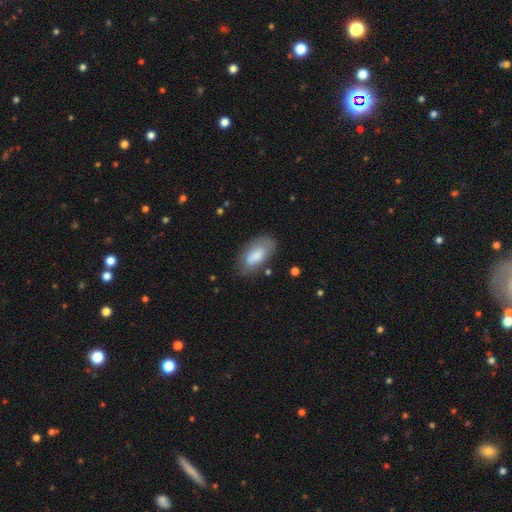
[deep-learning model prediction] Q: Smooth or featured?
A: smooth (78%); runner-up: featured or disk (15%)
Q: How rounded?
A: in between (92%); runner-up: cigar-shaped (5%)
Q: Merging?
A: none (68%); runner-up: minor disturbance (22%)